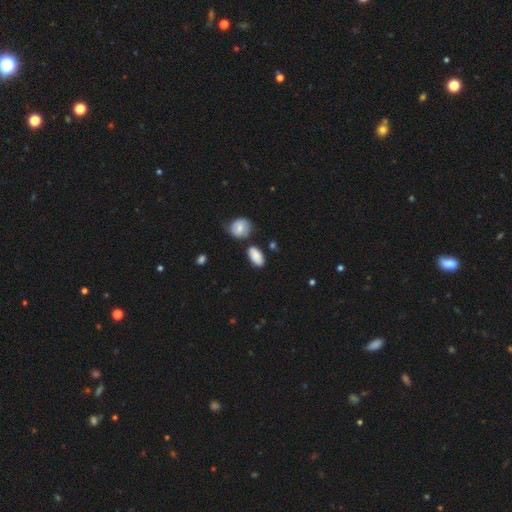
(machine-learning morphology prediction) smooth-or-featured: smooth: 85% | featured or disk: 9% | star or artifact: 7%
  how-rounded: in between: 92% | round: 5% | cigar-shaped: 3%
  merging: none: 72% | minor disturbance: 17% | merger: 8% | major disturbance: 4%